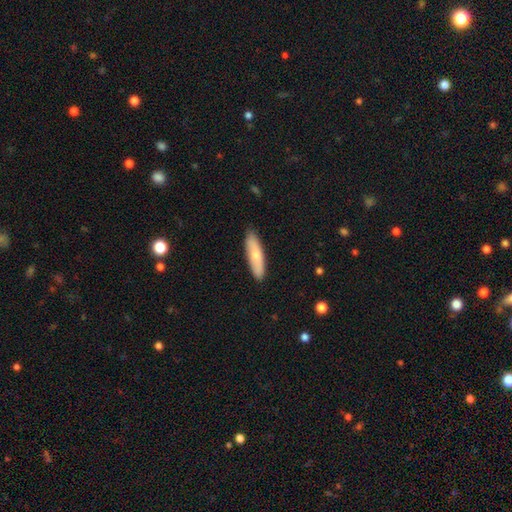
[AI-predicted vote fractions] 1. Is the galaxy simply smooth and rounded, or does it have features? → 71% smooth, 23% featured or disk, 6% star or artifact.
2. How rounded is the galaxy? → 69% cigar-shaped, 30% in between, 2% round.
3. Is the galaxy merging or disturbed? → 87% none, 10% minor disturbance, 2% major disturbance, 1% merger.